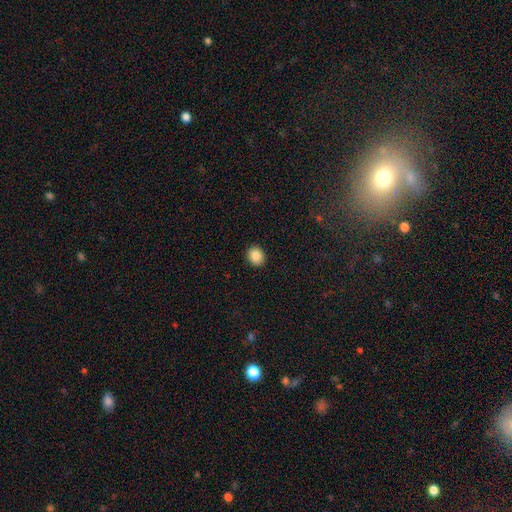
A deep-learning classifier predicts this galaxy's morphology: This is clearly a smooth galaxy (87%). How rounded: likely round (70%). Merging: clearly none (92%).